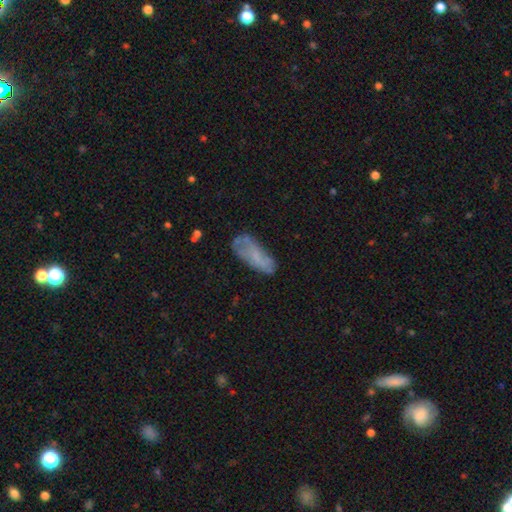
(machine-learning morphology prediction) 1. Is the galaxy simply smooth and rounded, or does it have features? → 54% smooth, 36% featured or disk, 10% star or artifact.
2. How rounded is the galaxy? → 71% in between, 27% cigar-shaped, 2% round.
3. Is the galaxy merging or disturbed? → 56% none, 26% minor disturbance, 13% major disturbance, 4% merger.